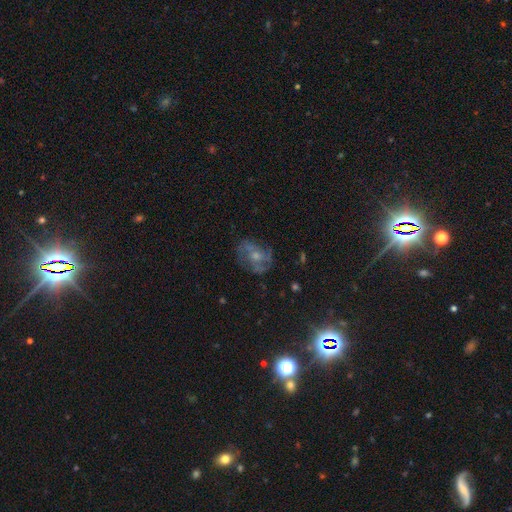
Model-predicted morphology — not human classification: Overall: featured or disk (64%). Edge-on disk: no (97%). Bar: no (73%). Spiral arms: yes (69%; no 31%). Bulge size: moderate (47%; small 43%). Merging: none (64%).